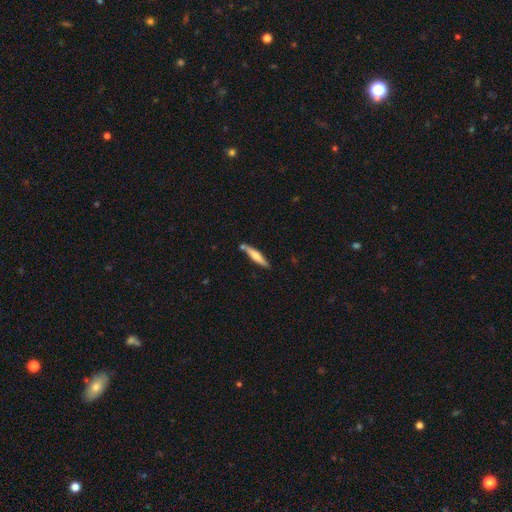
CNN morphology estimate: This appears to be a smooth galaxy with no disk features (56%) that is cigar-shaped (89%). Merging: none (77%).